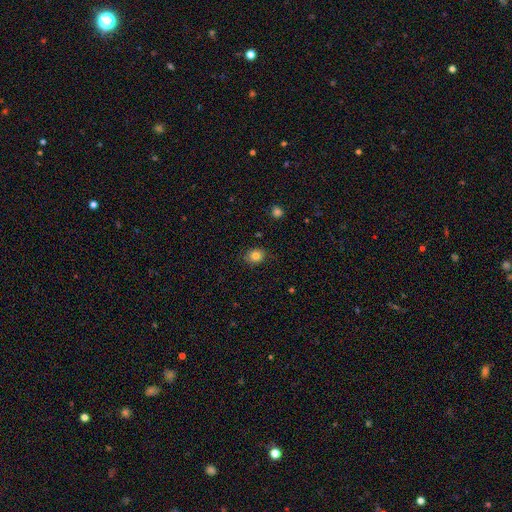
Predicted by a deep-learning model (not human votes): smooth-or-featured: smooth: 82% | star or artifact: 11% | featured or disk: 7%
  how-rounded: round: 58% | in between: 41% | cigar-shaped: 1%
  merging: none: 85% | minor disturbance: 11% | major disturbance: 2% | merger: 1%